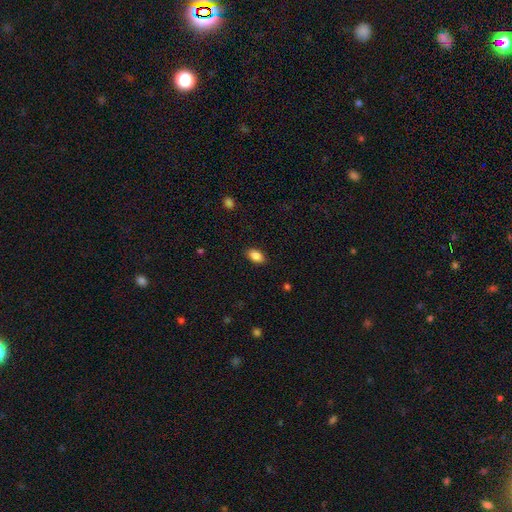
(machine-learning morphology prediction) Overall: smooth (88%). How rounded: in between (91%). Merging: none (88%).